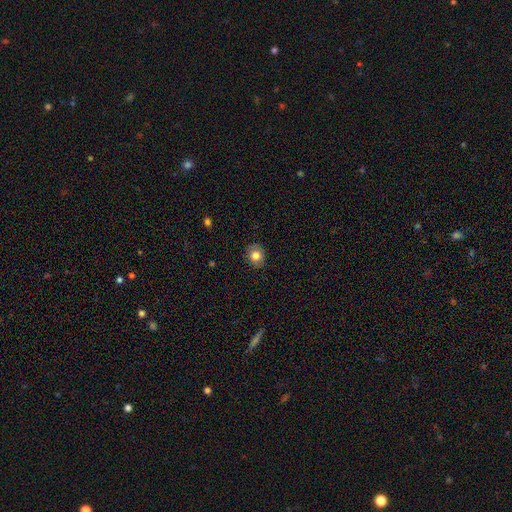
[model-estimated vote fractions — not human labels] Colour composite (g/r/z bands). It shows a smooth galaxy with no disk features (79%) that is round (59%). Merging: none (85%).